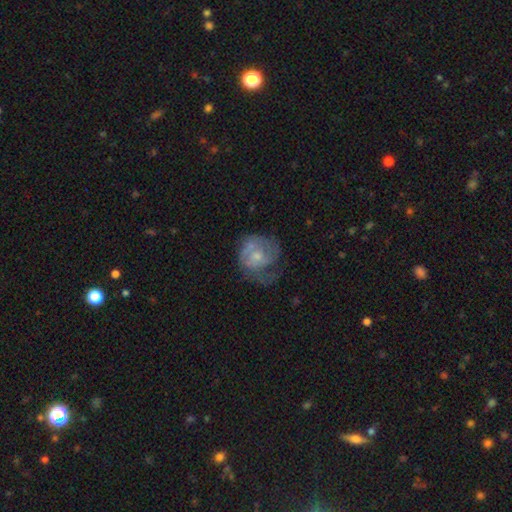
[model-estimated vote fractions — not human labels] Smooth or featured? Predicted: featured or disk (p=0.66). Edge-on disk? Predicted: no (p=0.98). Bar? Predicted: no (p=0.73). Spiral arms? Predicted: yes (p=0.76). Bulge size? Predicted: small (p=0.51). Merging? Predicted: none (p=0.43).